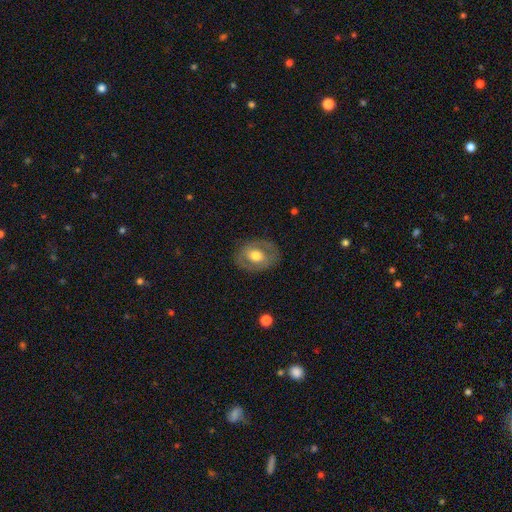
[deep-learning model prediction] This is possibly a smooth galaxy (51%). How rounded: likely in between (62%). Merging: likely none (79%).